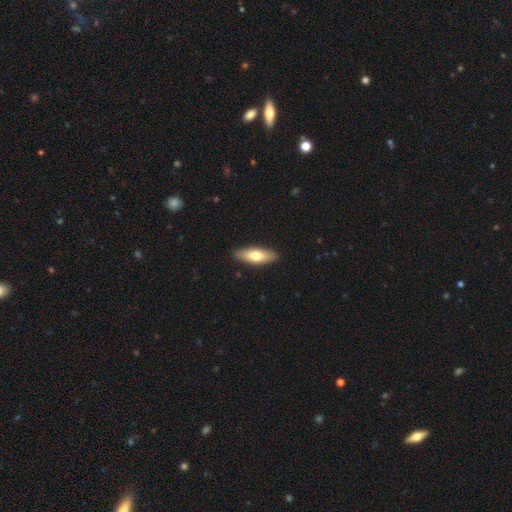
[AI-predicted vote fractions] A smooth galaxy with no disk features (69%) that is in between round and cigar-shaped (63%). Merging: none (89%).